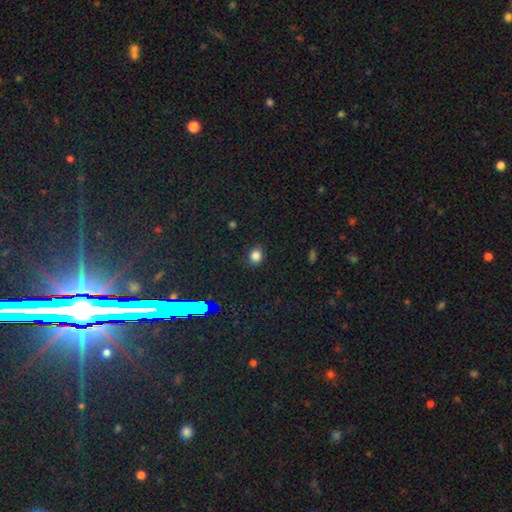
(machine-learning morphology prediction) type=smooth (81%); roundness=round (67%); merging=none (84%).